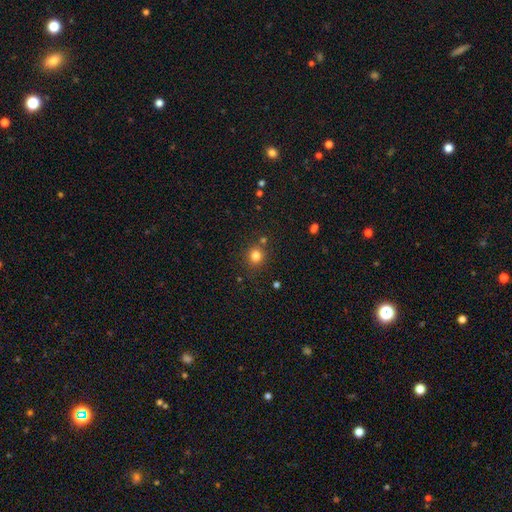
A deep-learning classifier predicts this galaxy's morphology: This appears to be a smooth galaxy with no disk features (81%) that is round (87%). Merging: none (80%).